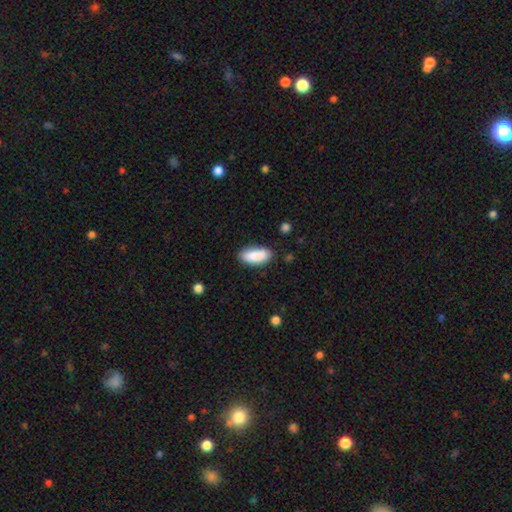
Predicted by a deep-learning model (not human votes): smooth 89%, star or artifact 6%, featured or disk 5%. Down the decision tree: how rounded — in between (86%); merging — none (81%).